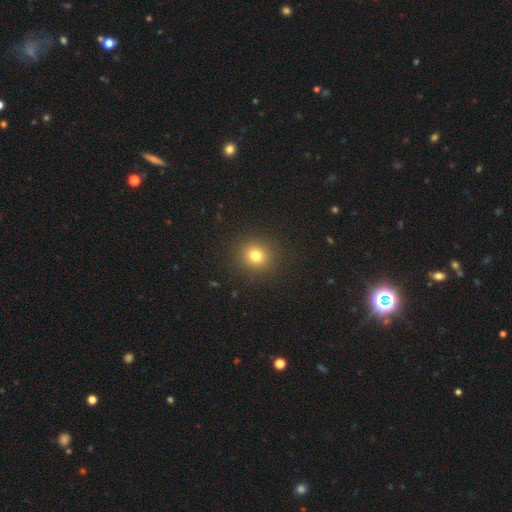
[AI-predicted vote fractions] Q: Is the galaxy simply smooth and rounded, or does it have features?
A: smooth — 78%.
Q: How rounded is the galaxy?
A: round — 90%.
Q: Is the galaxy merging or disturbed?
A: none — 91%.